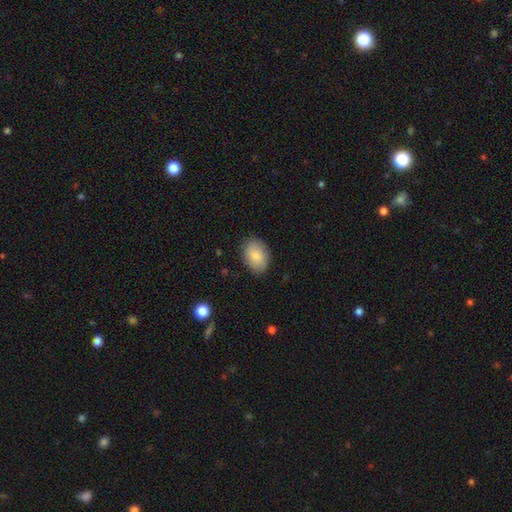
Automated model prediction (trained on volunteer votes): Smooth or featured? smooth (86%)
How rounded? in between (83%)
Merging? none (86%)